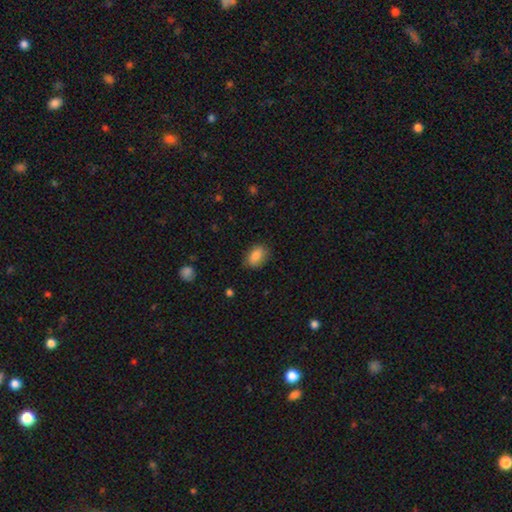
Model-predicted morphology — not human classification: Overall: smooth (86%). How rounded: in between (84%). Merging: none (79%).